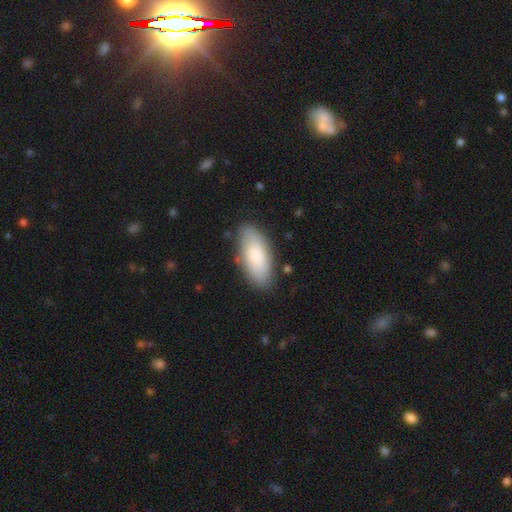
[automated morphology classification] Q: Smooth or featured?
A: smooth (82%); runner-up: featured or disk (12%)
Q: How rounded?
A: in between (86%); runner-up: cigar-shaped (12%)
Q: Merging?
A: none (83%); runner-up: minor disturbance (12%)